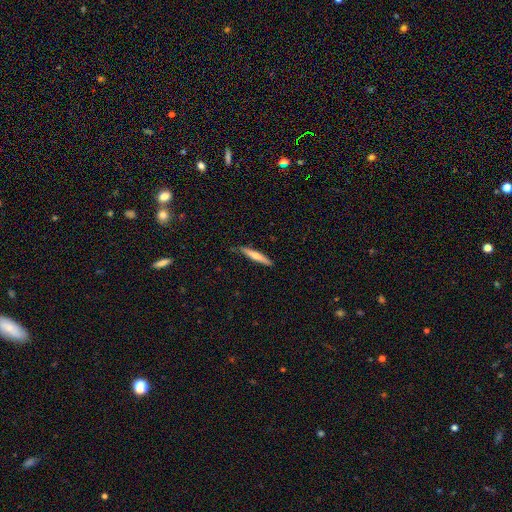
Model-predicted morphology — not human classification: This appears to be a smooth galaxy with no disk features (56%) that is cigar-shaped (92%). Merging: none (85%).